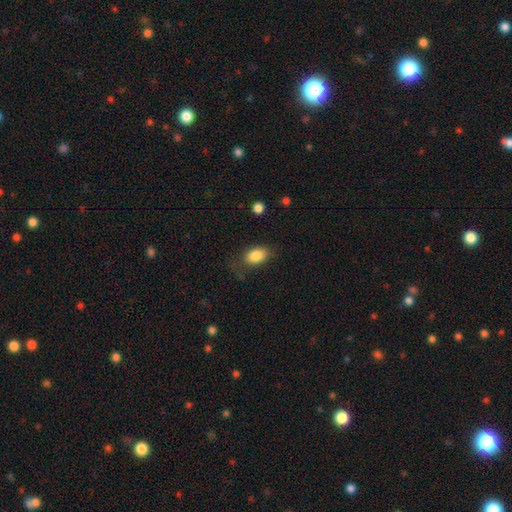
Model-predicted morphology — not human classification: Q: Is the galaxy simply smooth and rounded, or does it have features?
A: smooth — 85%.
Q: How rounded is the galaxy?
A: in between — 88%.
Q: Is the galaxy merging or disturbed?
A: none — 67%.